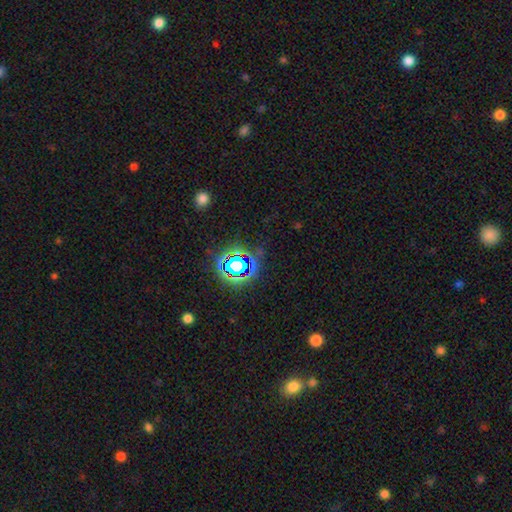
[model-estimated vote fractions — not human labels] smooth-or-featured: star or artifact: 76% | smooth: 16% | featured or disk: 9%